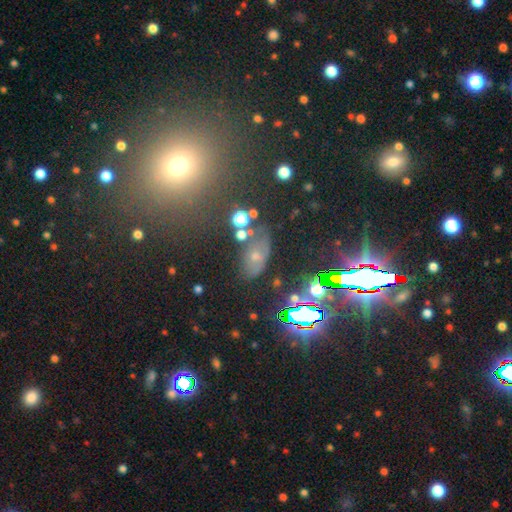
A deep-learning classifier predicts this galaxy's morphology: A smooth galaxy with no disk features (46%). Merging: none (67%).